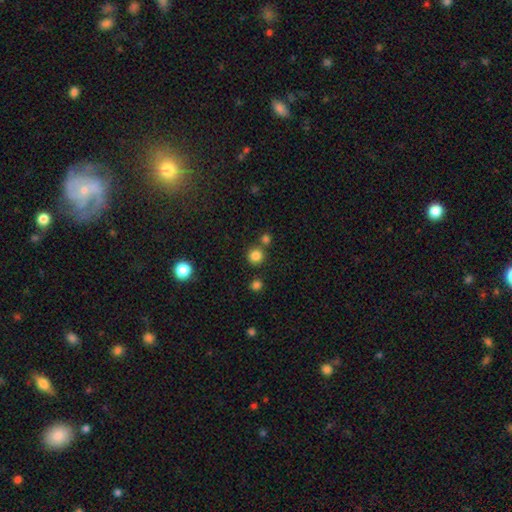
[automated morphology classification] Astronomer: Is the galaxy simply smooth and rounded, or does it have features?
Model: smooth — 82%.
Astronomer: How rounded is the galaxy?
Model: round — 93%.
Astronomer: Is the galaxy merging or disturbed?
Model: none — 77%.